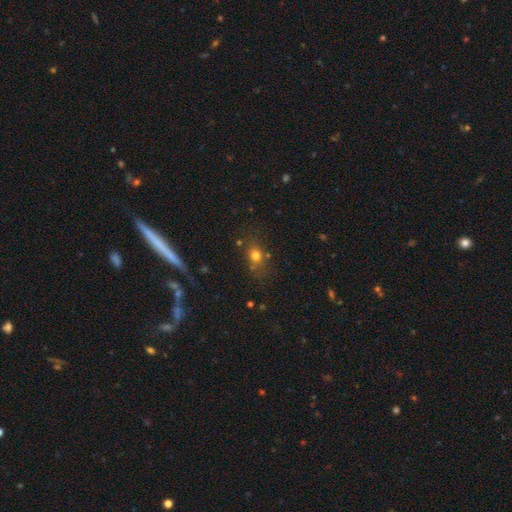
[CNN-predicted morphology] This is likely a smooth galaxy (71%). How rounded: possibly round (53%). Merging: likely none (71%).